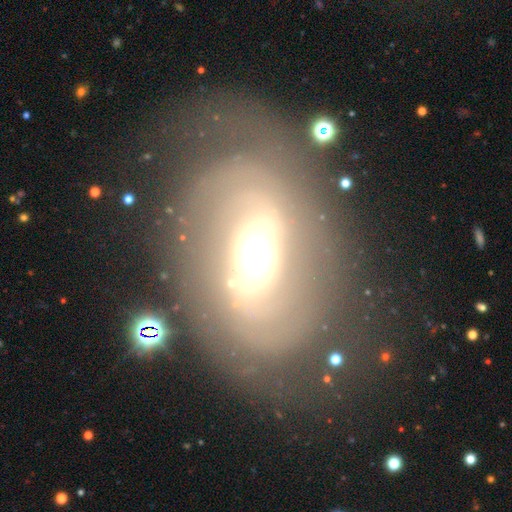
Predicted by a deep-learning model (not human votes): Q: Smooth or featured?
A: featured or disk (72%); runner-up: smooth (18%)
Q: Edge-on disk?
A: no (95%); runner-up: yes (5%)
Q: Bar?
A: no (41%); runner-up: weak (36%)
Q: Spiral arms?
A: yes (77%); runner-up: no (23%)
Q: Spiral winding?
A: medium (38%); runner-up: tight (36%)
Q: Spiral arm count?
A: 2 (71%); runner-up: can't tell (16%)
Q: Bulge size?
A: moderate (41%); runner-up: large (40%)
Q: Merging?
A: none (59%); runner-up: major disturbance (19%)